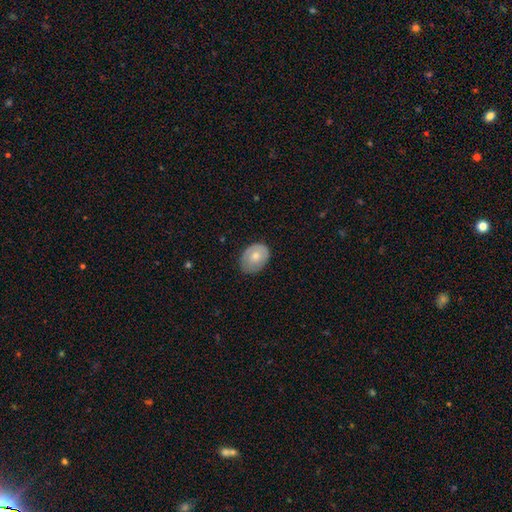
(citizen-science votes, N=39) Q: Smooth or featured?
A: smooth (74%); runner-up: featured or disk (26%)
Q: How rounded?
A: in between (86%); runner-up: round (10%)
Q: Merging?
A: none (54%); runner-up: minor disturbance (33%)